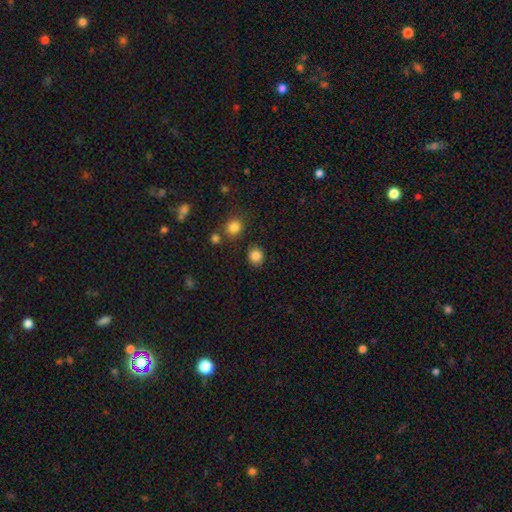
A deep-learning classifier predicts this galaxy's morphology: Smooth or featured? smooth (85%)
How rounded? round (81%)
Merging? none (86%)